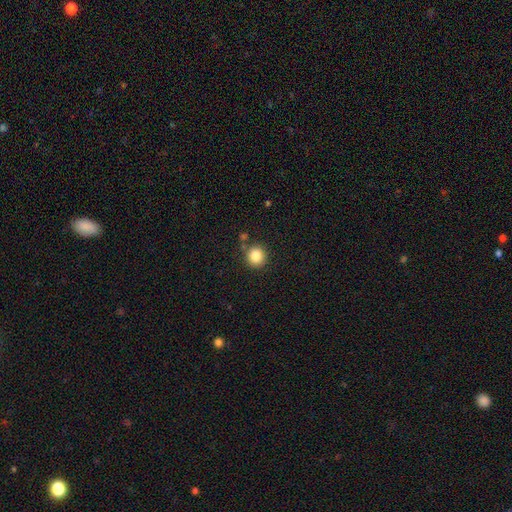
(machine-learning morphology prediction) Smooth or featured?
  - smooth: 84% *
  - star or artifact: 10%
  - featured or disk: 6%
How rounded?
  - round: 91% *
  - in between: 8%
  - cigar-shaped: 1%
Merging?
  - none: 83% *
  - minor disturbance: 9%
  - merger: 6%
  - major disturbance: 3%